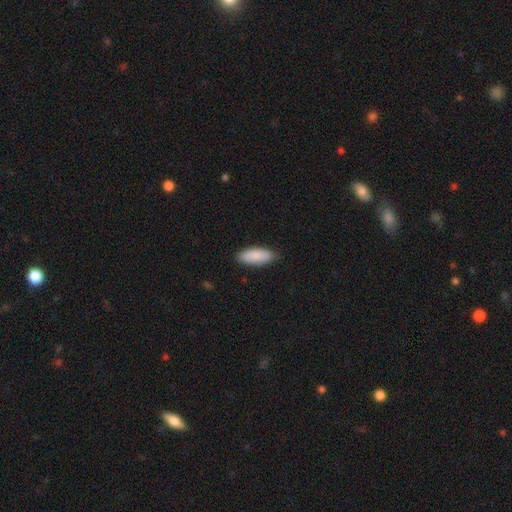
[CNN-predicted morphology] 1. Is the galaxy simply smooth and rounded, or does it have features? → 87% smooth, 8% featured or disk, 5% star or artifact.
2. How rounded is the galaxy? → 78% in between, 21% cigar-shaped, 2% round.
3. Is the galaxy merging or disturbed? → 84% none, 13% minor disturbance, 2% major disturbance, 1% merger.